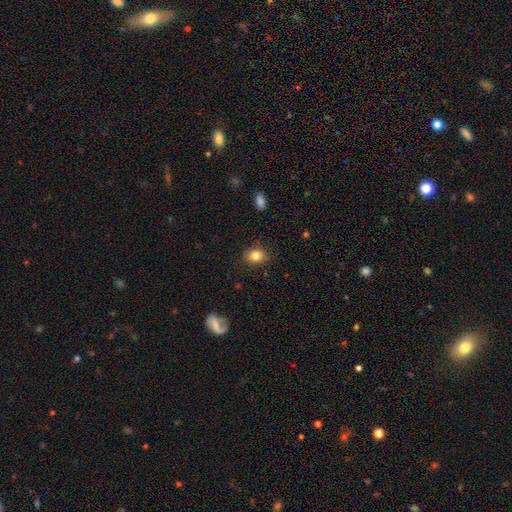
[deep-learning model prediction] A smooth galaxy with no disk features (83%) that is round (52%). Merging: none (87%).